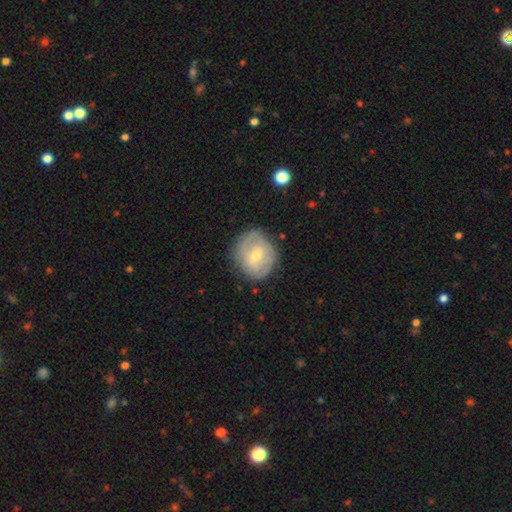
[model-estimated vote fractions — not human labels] A featured or disk galaxy (54%) with a weak bar (52%), spiral arms (61%) and a moderate central bulge (50%).

Vote fractions:
- Smooth or featured? featured or disk: 54% / smooth: 39% / star or artifact: 7%
- Edge-on disk? no: 96% / yes: 4%
- Bar? weak: 52% / no: 32% / strong: 16%
- Spiral arms? yes: 61% / no: 39%
- Bulge size? moderate: 50% / small: 46% / large: 2% / none: 1% / dominant: 1%
- Merging? none: 75% / minor disturbance: 18% / major disturbance: 6% / merger: 2%